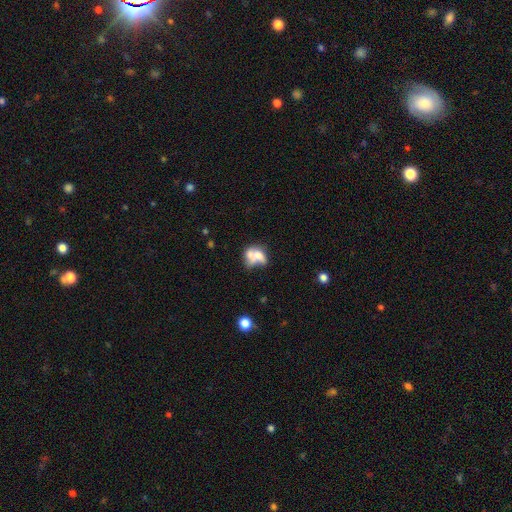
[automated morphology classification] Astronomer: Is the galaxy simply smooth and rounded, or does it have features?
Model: smooth — 54% (runner-up: featured or disk, 36%).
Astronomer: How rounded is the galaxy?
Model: in between — 68%.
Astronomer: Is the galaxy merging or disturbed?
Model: merger — 63%.